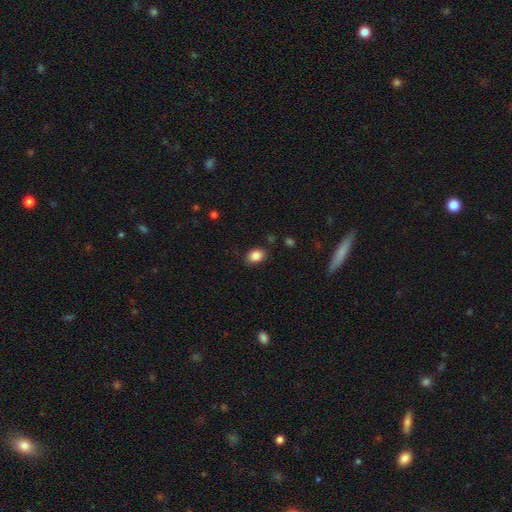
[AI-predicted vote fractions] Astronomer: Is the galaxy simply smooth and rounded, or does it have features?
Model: smooth — 87%.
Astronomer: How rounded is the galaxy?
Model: in between — 71%.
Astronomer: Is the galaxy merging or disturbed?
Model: none — 82%.